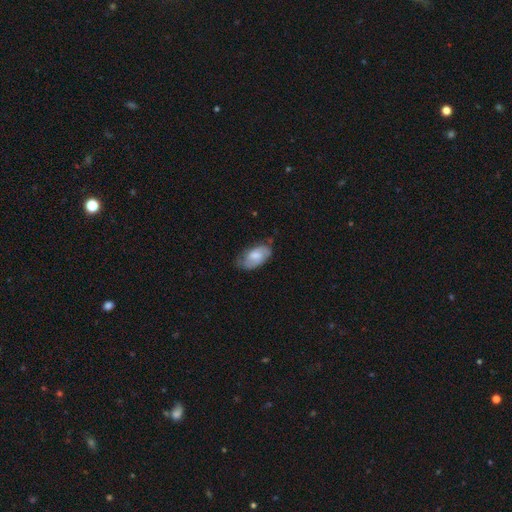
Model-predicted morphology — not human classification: A smooth galaxy with no disk features (59%) that is in between round and cigar-shaped (93%). Merging: none (56%).